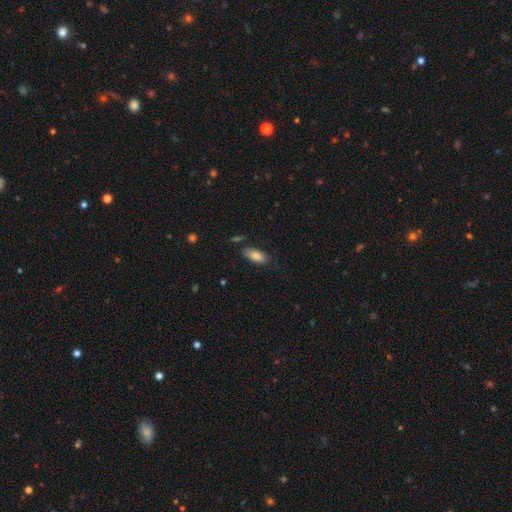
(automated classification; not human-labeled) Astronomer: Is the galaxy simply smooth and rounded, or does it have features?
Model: smooth — 84%.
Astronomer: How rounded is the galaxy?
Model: in between — 88%.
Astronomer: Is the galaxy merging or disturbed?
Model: none — 74%.